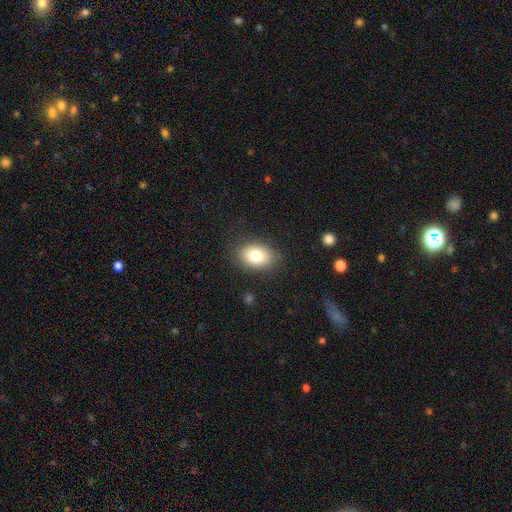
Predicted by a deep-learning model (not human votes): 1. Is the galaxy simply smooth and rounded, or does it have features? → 80% smooth, 11% featured or disk, 9% star or artifact.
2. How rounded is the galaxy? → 80% in between, 19% round, 1% cigar-shaped.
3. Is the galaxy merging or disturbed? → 83% none, 12% minor disturbance, 4% major disturbance, 1% merger.